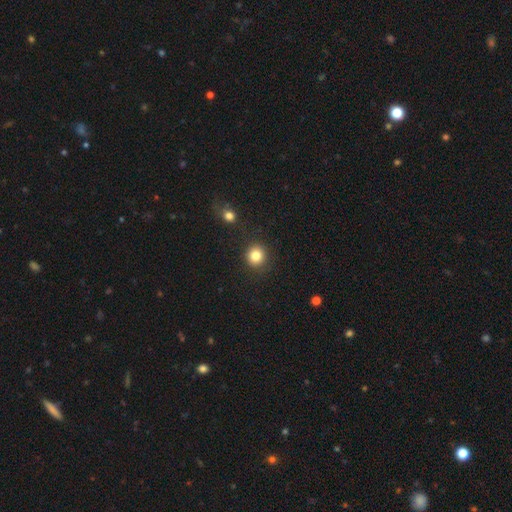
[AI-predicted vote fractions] smooth_or_featured: smooth (p=0.83) [alt: star or artifact p=0.11]
how_rounded: round (p=0.91) [alt: in between p=0.08]
merging: none (p=0.88) [alt: minor disturbance p=0.07]